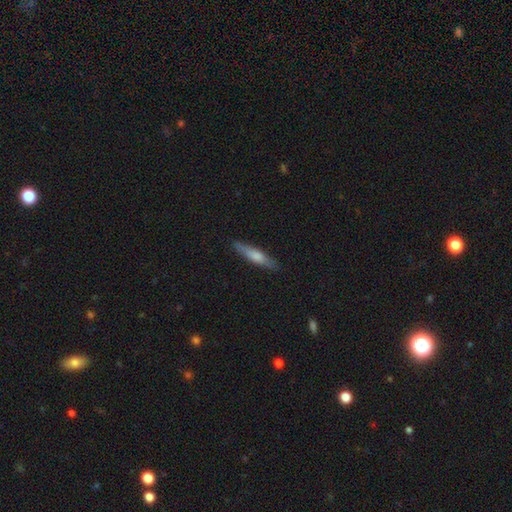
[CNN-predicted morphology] smooth-or-featured: smooth: 58% | featured or disk: 36% | star or artifact: 6%
  how-rounded: cigar-shaped: 85% | in between: 13% | round: 2%
  merging: none: 87% | minor disturbance: 9% | major disturbance: 2% | merger: 1%